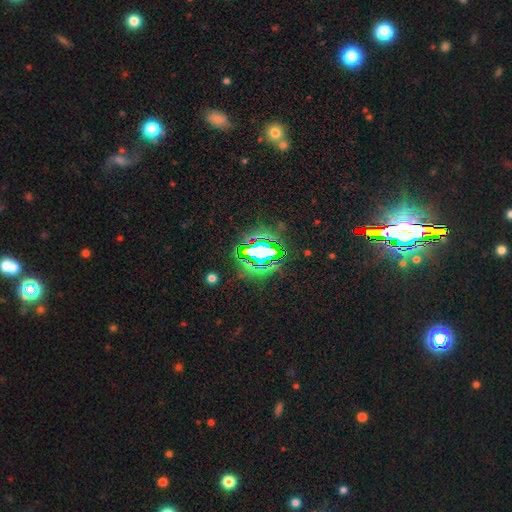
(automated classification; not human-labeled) The model was most divided on "smooth or featured": star or artifact: 74%, smooth: 14%, featured or disk: 12%.